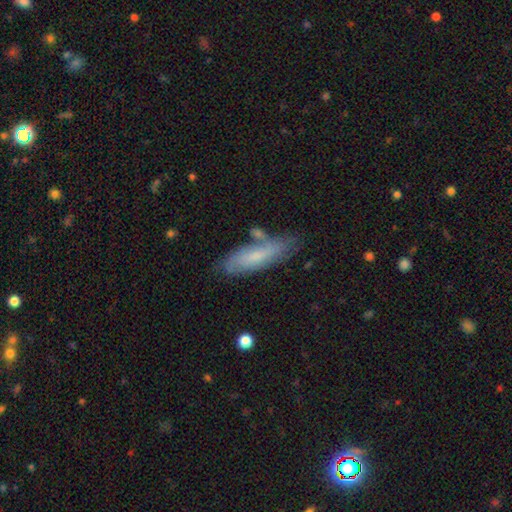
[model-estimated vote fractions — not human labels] Morphology: type=smooth (61%); roundness=cigar-shaped (58%); merging=none (69%).